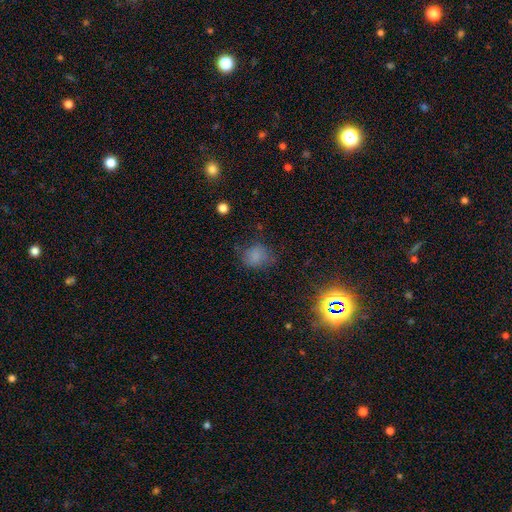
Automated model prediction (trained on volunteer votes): smooth_or_featured: smooth (p=0.76) [alt: star or artifact p=0.15]
how_rounded: round (p=0.64) [alt: in between p=0.35]
merging: none (p=0.65) [alt: minor disturbance p=0.23]